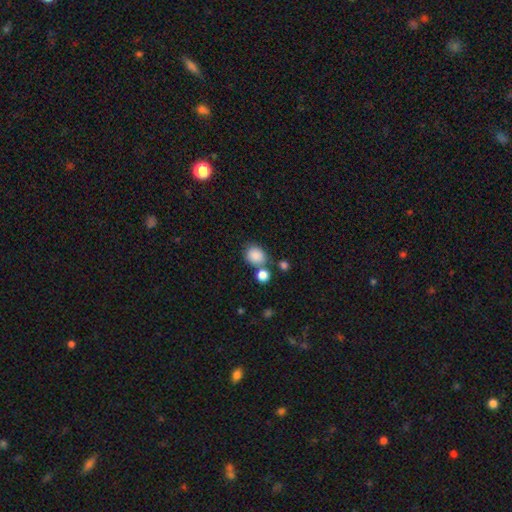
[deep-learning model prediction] Morphology: type=smooth (86%); roundness=round (68%); merging=none (59%).